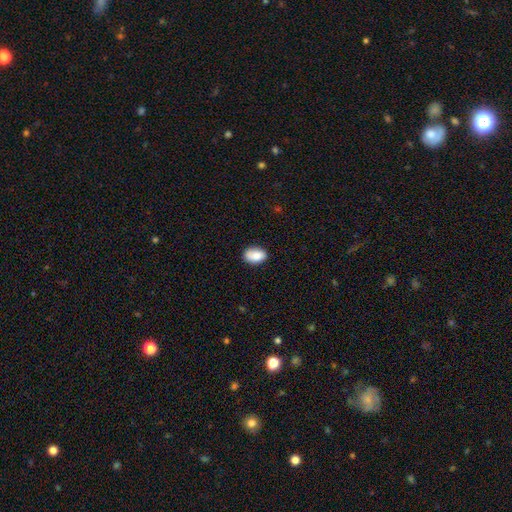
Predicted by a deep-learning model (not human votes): A smooth galaxy with no disk features (86%) that is in between round and cigar-shaped (85%).

Vote fractions:
- Smooth or featured? smooth: 86% / star or artifact: 8% / featured or disk: 7%
- How rounded? in between: 85% / round: 13% / cigar-shaped: 1%
- Merging? none: 79% / minor disturbance: 17% / major disturbance: 3% / merger: 1%